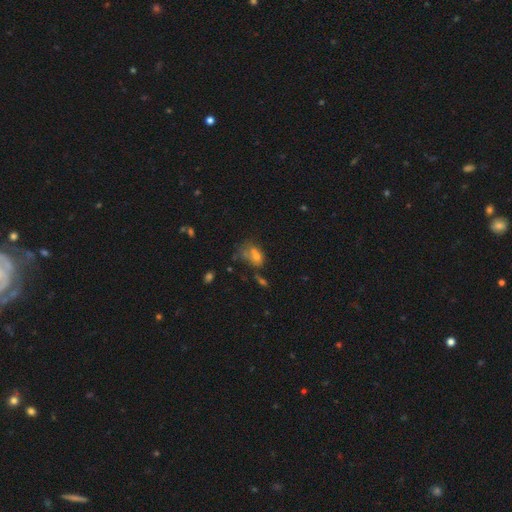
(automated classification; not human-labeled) Morphology: type=smooth (53%); roundness=in between (67%); merging=merger (32%).